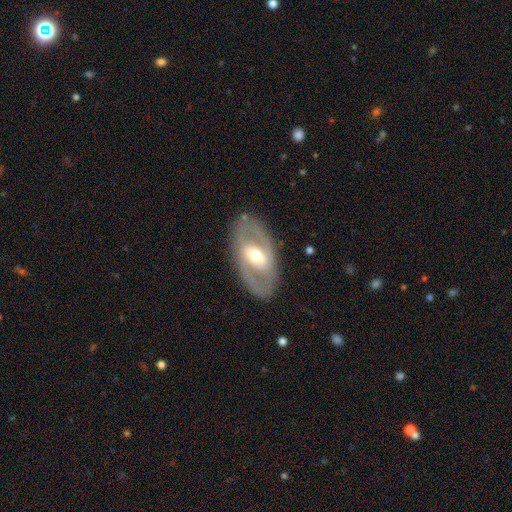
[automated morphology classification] Q: Smooth or featured?
A: featured or disk (76%); runner-up: smooth (19%)
Q: Edge-on disk?
A: no (92%); runner-up: yes (8%)
Q: Bar?
A: weak (40%); runner-up: strong (35%)
Q: Spiral arms?
A: yes (60%); runner-up: no (40%)
Q: Bulge size?
A: moderate (63%); runner-up: small (27%)
Q: Merging?
A: none (83%); runner-up: minor disturbance (11%)